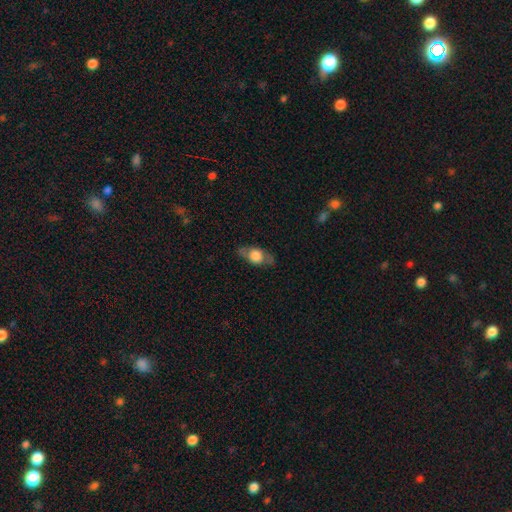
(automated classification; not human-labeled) A smooth galaxy with no disk features (53%) that is in between round and cigar-shaped (68%). Merging: none (76%).